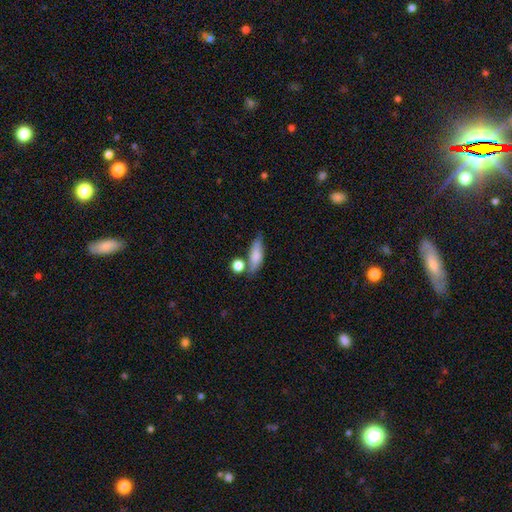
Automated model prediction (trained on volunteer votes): Q: Smooth or featured?
A: smooth (73%); runner-up: featured or disk (20%)
Q: How rounded?
A: in between (56%); runner-up: cigar-shaped (38%)
Q: Merging?
A: none (58%); runner-up: minor disturbance (19%)